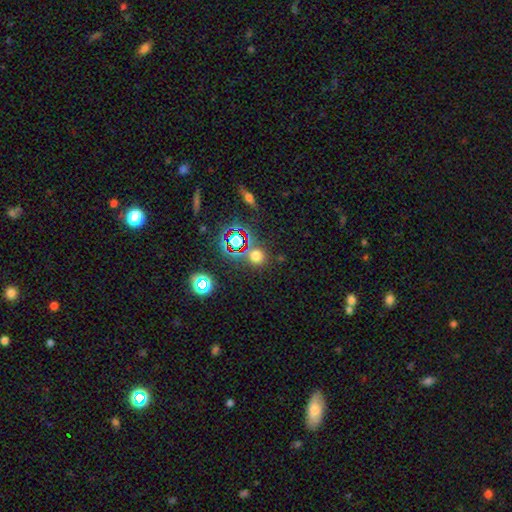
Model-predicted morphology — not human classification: Smooth or featured? Predicted: smooth (p=0.62). How rounded? Predicted: round (p=0.89). Merging? Predicted: none (p=0.78).